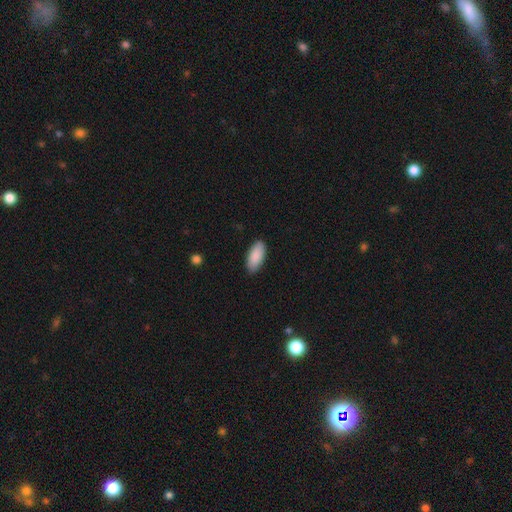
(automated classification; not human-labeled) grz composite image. It shows a smooth galaxy with no disk features (90%) that is in between round and cigar-shaped (90%). Merging: none (87%).